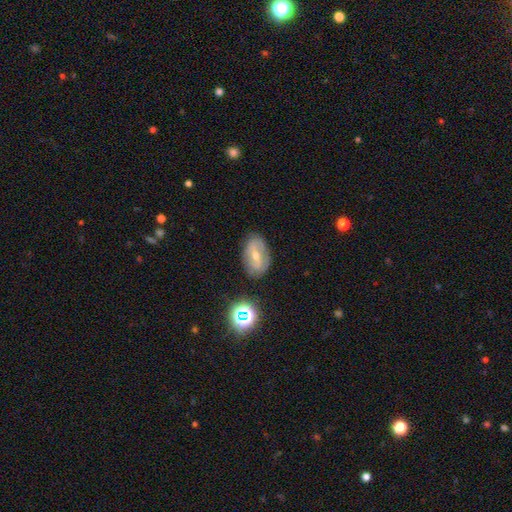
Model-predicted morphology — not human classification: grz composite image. It shows a featured or disk galaxy (52%). Merging: none (77%).